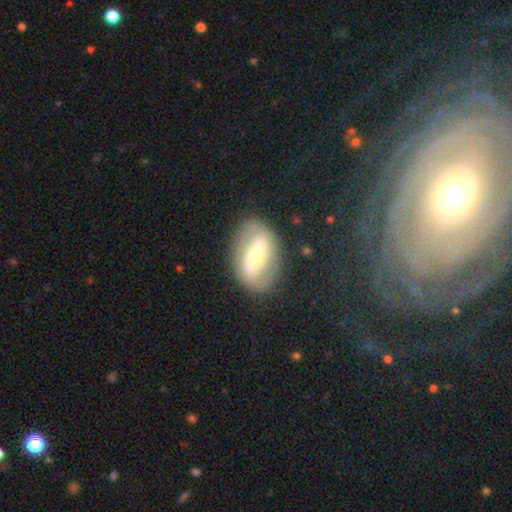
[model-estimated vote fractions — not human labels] This appears to be a featured or disk galaxy (61%) with a strong bar (54%), no spiral arms (62%) and a moderate central bulge (49%). Merging: none (79%).